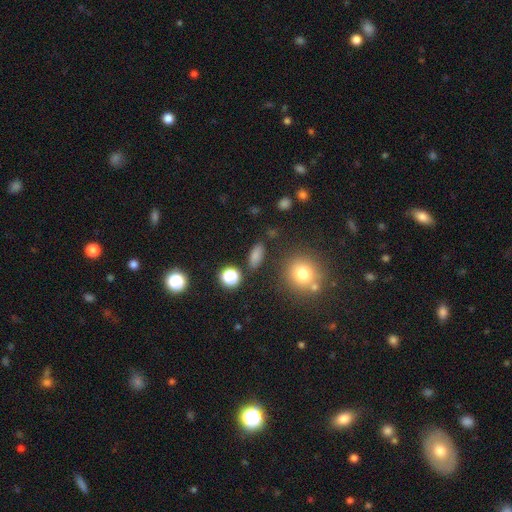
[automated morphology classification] This appears to be a smooth galaxy with no disk features (77%) that is in between round and cigar-shaped (74%). Merging: none (84%).